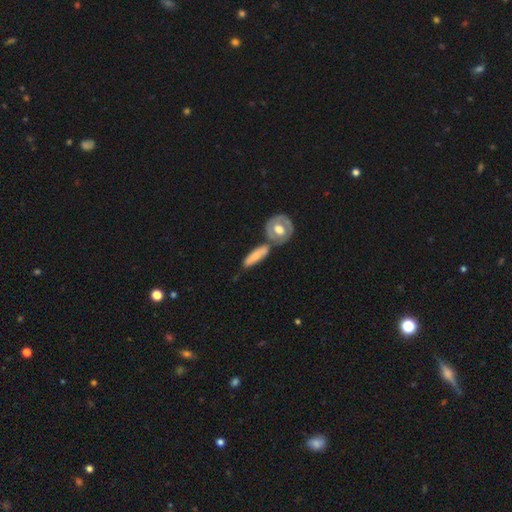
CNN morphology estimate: Q: Smooth or featured?
A: smooth (58%); runner-up: featured or disk (36%)
Q: How rounded?
A: in between (50%); runner-up: cigar-shaped (44%)
Q: Merging?
A: none (49%); runner-up: merger (30%)